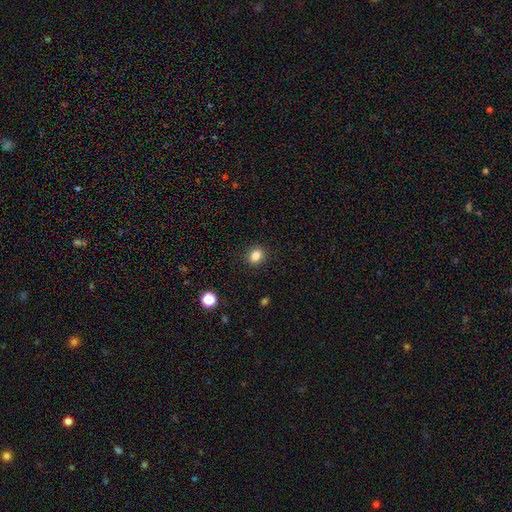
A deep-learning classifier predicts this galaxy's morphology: Q: Smooth or featured?
A: smooth (84%); runner-up: star or artifact (11%)
Q: How rounded?
A: round (56%); runner-up: in between (43%)
Q: Merging?
A: none (89%); runner-up: minor disturbance (7%)